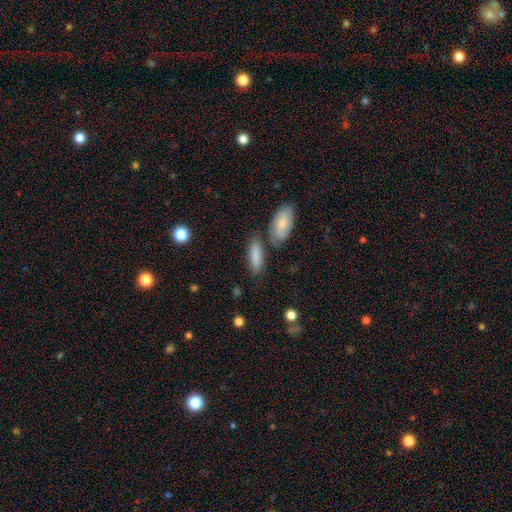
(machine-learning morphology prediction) type=smooth (83%); roundness=in between (56%); merging=none (64%).